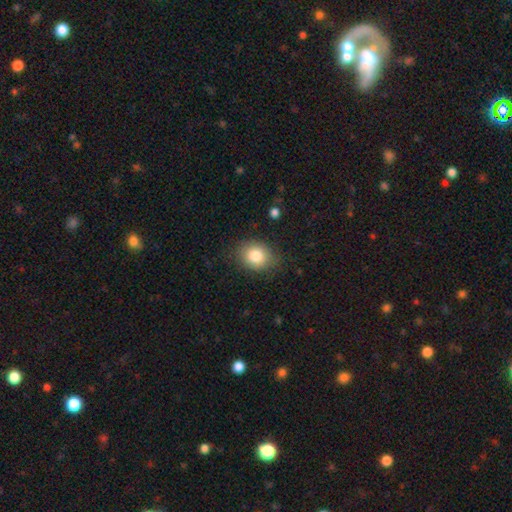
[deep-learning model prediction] Smooth or featured: smooth — 83% (star or artifact — 9%)
How rounded: in between — 50% (round — 49%)
Merging: none — 80% (minor disturbance — 15%)